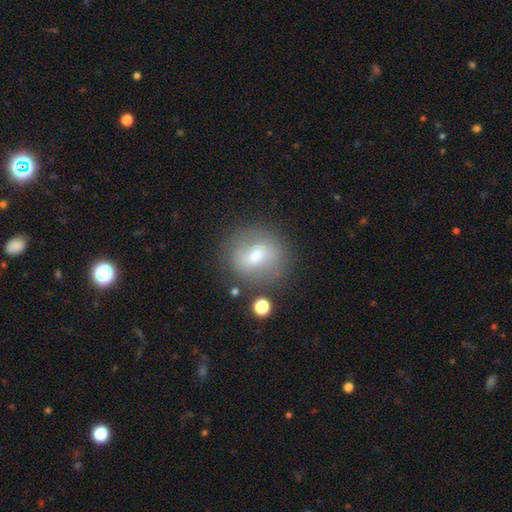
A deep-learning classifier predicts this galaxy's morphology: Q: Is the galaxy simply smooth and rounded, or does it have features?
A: smooth — 54%.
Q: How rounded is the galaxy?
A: round — 79%.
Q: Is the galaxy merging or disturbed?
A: none — 78%.